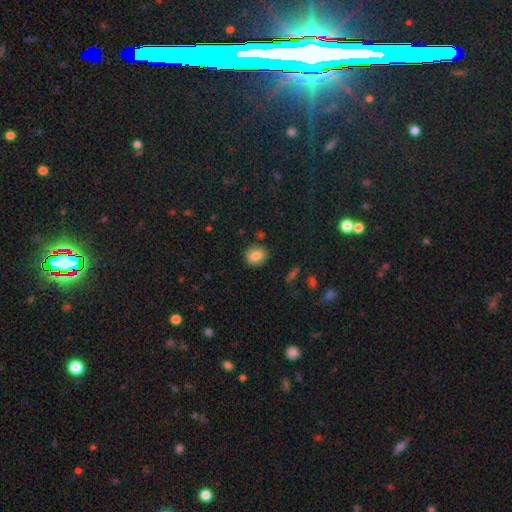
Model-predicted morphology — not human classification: Overall: smooth (82%). How rounded: round (59%; in between 40%). Merging: none (81%).